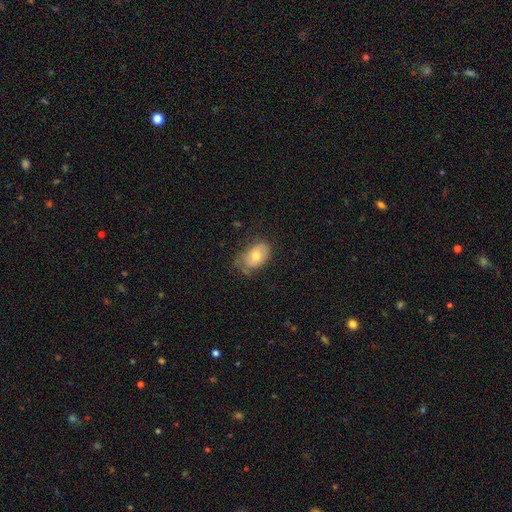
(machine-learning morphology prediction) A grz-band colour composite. It shows a smooth galaxy with no disk features (65%) that is in between round and cigar-shaped (85%). Merging: none (61%).